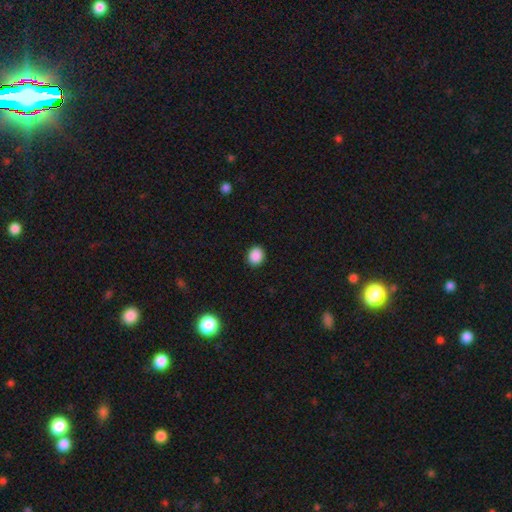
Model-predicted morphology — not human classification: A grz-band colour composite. It shows a smooth galaxy with no disk features (89%) that is round (70%). Merging: none (91%).